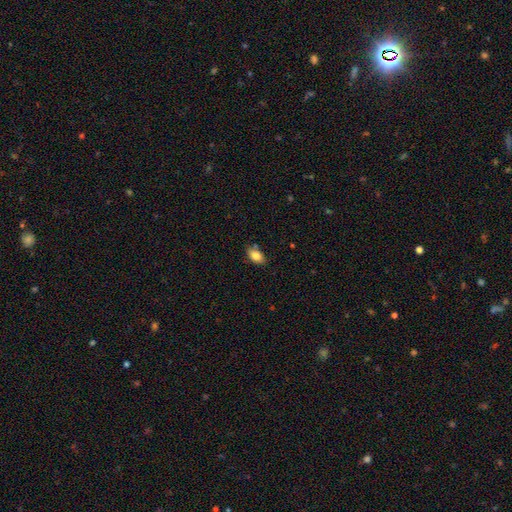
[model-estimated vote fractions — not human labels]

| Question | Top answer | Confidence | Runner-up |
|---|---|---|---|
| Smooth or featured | smooth | 82% | featured or disk (10%) |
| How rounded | in between | 89% | round (8%) |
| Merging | none | 80% | minor disturbance (15%) |